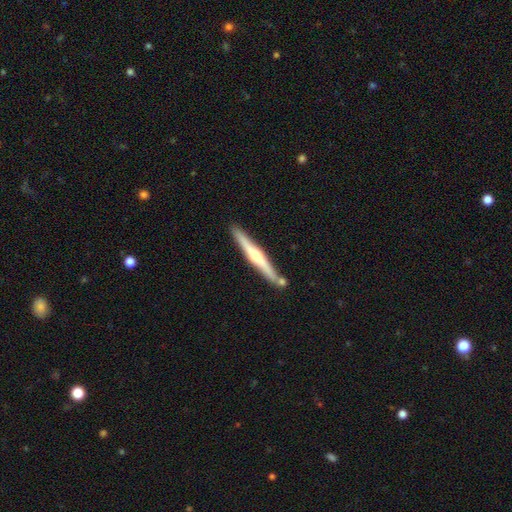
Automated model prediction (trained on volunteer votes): Q: Smooth or featured?
A: featured or disk (63%); runner-up: smooth (32%)
Q: Edge-on disk?
A: yes (97%); runner-up: no (3%)
Q: Edge-on bulge?
A: rounded (76%); runner-up: none (13%)
Q: Merging?
A: none (79%); runner-up: minor disturbance (10%)